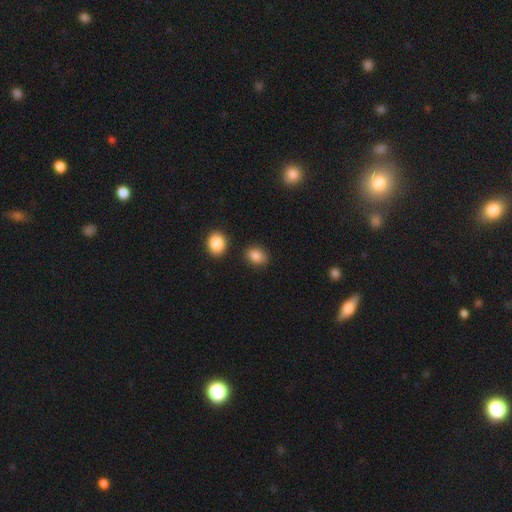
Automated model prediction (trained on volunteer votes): Smooth or featured? smooth (86%)
How rounded? in between (64%)
Merging? none (83%)